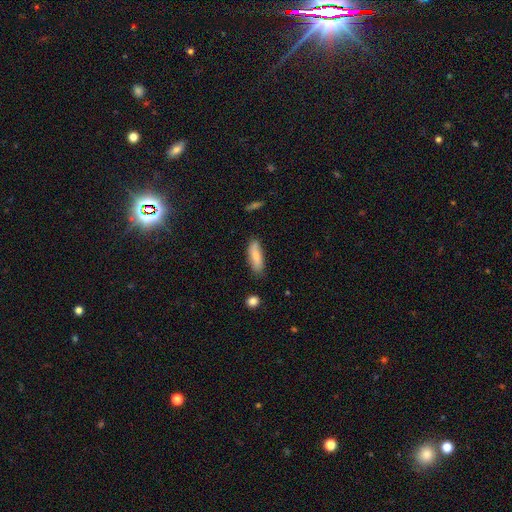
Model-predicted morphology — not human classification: smooth-or-featured: smooth: 81% | featured or disk: 12% | star or artifact: 6%
  how-rounded: in between: 57% | cigar-shaped: 41% | round: 2%
  merging: none: 76% | minor disturbance: 18% | major disturbance: 3% | merger: 2%